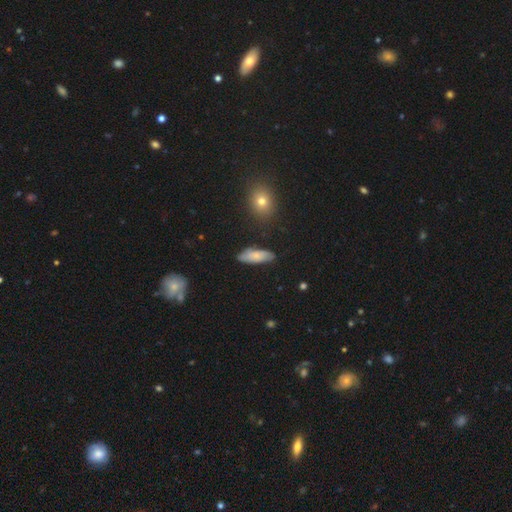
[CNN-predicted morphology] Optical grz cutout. It shows a smooth galaxy with no disk features (72%) that is in between round and cigar-shaped (68%). Merging: none (80%).